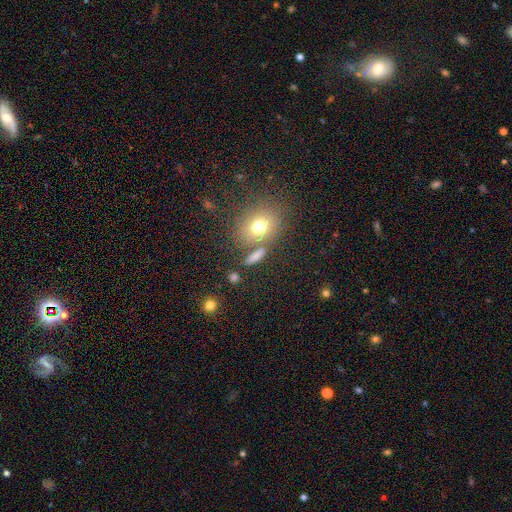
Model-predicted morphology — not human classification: smooth-or-featured: smooth: 65% | star or artifact: 17% | featured or disk: 17%
  how-rounded: in between: 45% | round: 36% | cigar-shaped: 20%
  merging: none: 69% | merger: 14% | minor disturbance: 11% | major disturbance: 5%